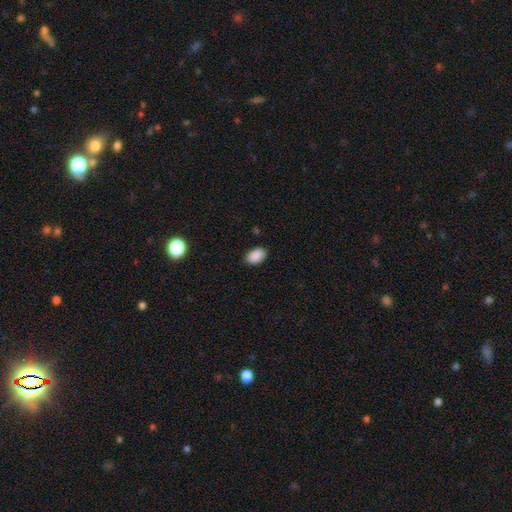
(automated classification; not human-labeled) Smooth or featured?
  - smooth: 89% *
  - star or artifact: 8%
  - featured or disk: 3%
How rounded?
  - in between: 91% *
  - round: 8%
  - cigar-shaped: 1%
Merging?
  - none: 85% *
  - minor disturbance: 11%
  - major disturbance: 2%
  - merger: 1%